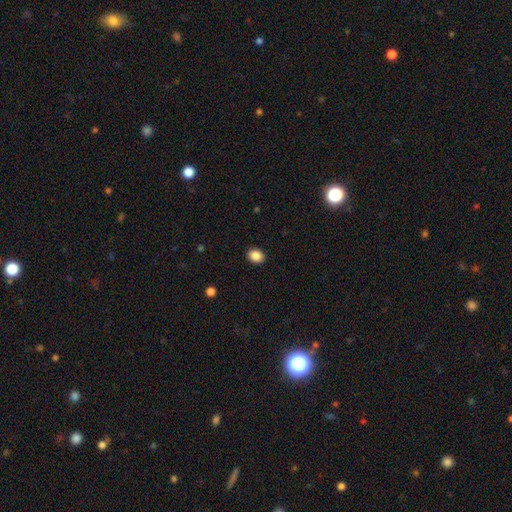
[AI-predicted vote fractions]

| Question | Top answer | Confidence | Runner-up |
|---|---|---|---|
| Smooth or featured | smooth | 87% | star or artifact (9%) |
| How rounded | round | 52% | in between (47%) |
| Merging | none | 91% | minor disturbance (6%) |